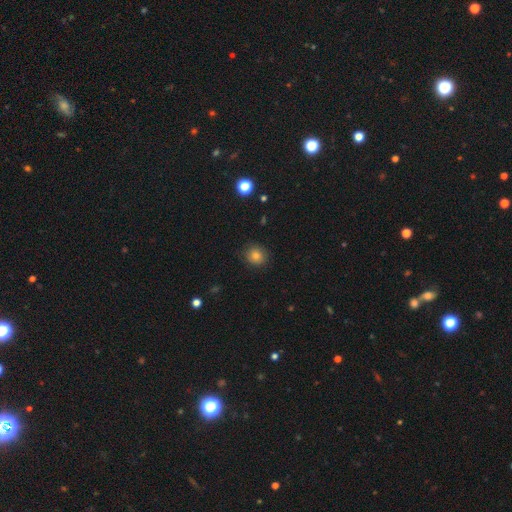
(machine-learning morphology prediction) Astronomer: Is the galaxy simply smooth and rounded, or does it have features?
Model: smooth — 80%.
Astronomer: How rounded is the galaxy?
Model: round — 85%.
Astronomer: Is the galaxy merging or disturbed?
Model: none — 87%.